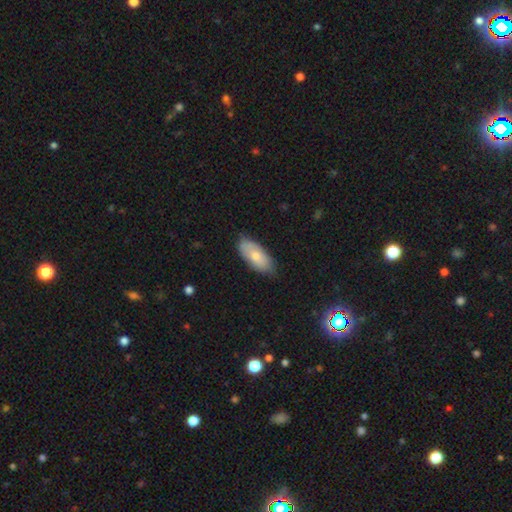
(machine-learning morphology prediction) smooth_or_featured: smooth (p=0.70) [alt: featured or disk p=0.24]
how_rounded: in between (p=0.89) [alt: cigar-shaped p=0.08]
merging: none (p=0.75) [alt: minor disturbance p=0.20]